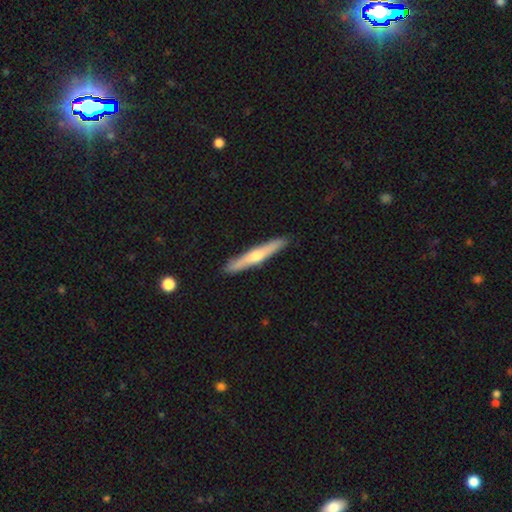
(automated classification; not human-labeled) featured or disk 54%, smooth 41%, star or artifact 5%. Down the decision tree: edge-on disk — yes (94%); edge-on bulge — rounded (83%); merging — none (91%).